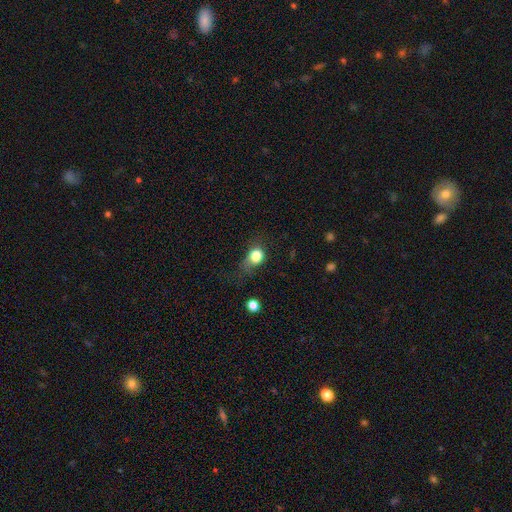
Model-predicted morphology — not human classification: Smooth or featured? Predicted: smooth (p=0.81). How rounded? Predicted: round (p=0.59). Merging? Predicted: none (p=0.41).